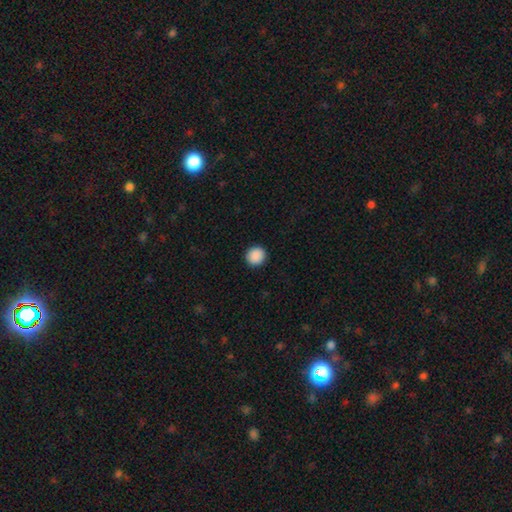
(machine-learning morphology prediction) A smooth galaxy with no disk features (90%) that is round (91%). Merging: none (93%).